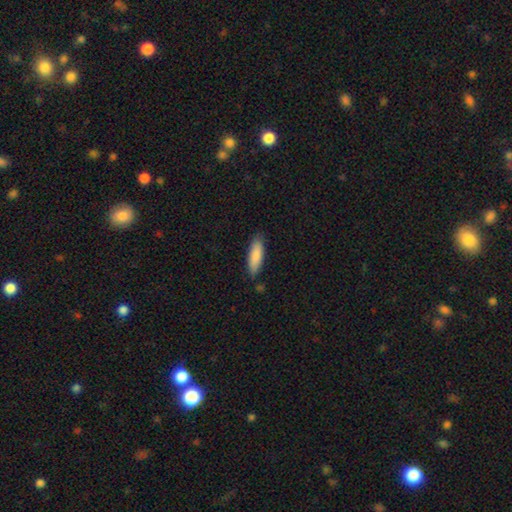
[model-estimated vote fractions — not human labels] This appears to be a smooth galaxy with no disk features (87%) that is cigar-shaped (51%). Merging: none (83%).